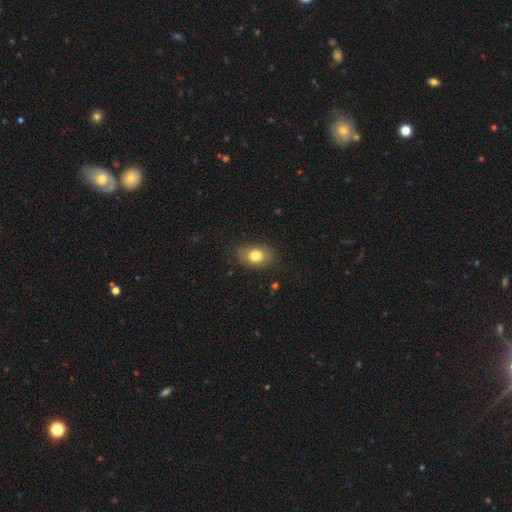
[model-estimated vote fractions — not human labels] Smooth or featured: smooth — 79% (featured or disk — 12%)
How rounded: in between — 77% (round — 22%)
Merging: none — 80% (minor disturbance — 15%)